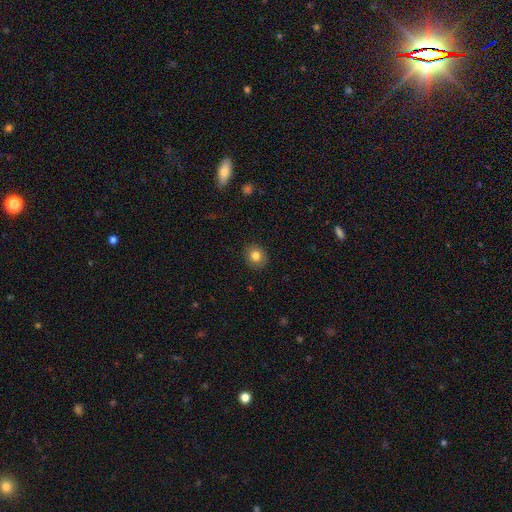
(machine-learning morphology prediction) A smooth galaxy with no disk features (82%) that is round (80%). Merging: none (89%).